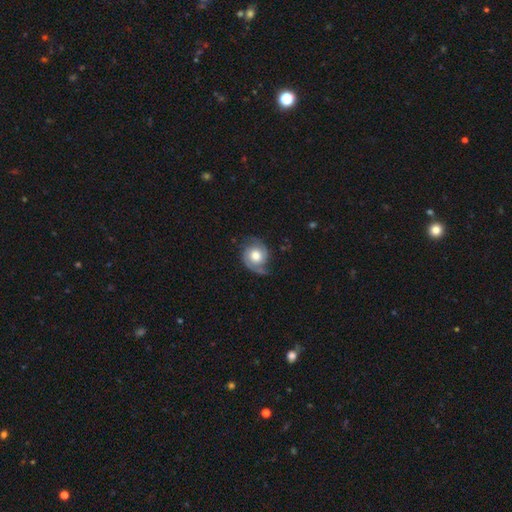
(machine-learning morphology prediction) This is likely a featured or disk galaxy (78%). It is clearly not viewed edge-on (98%). Bar: likely no (75%). Spiral arm pattern: clearly yes (95%). Spiral arm count: clearly 2 (84%). Spiral winding: marginally tight (41%). Central bulge: possibly moderate (55%). Merging: likely none (66%).